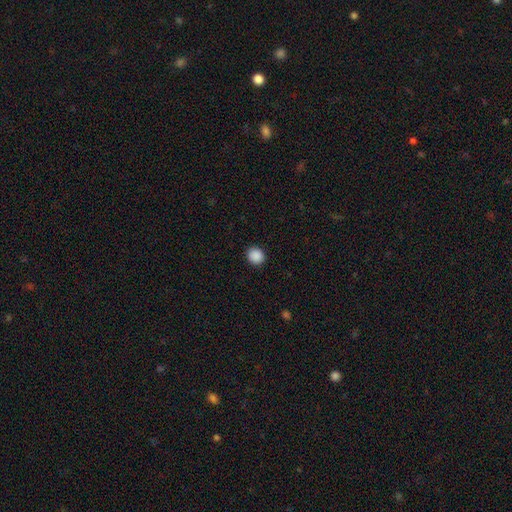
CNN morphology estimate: A smooth galaxy with no disk features (89%) that is round (79%).

Vote fractions:
- Smooth or featured? smooth: 89% / star or artifact: 9% / featured or disk: 2%
- How rounded? round: 79% / in between: 20% / cigar-shaped: 1%
- Merging? none: 92% / minor disturbance: 6% / major disturbance: 2% / merger: 1%